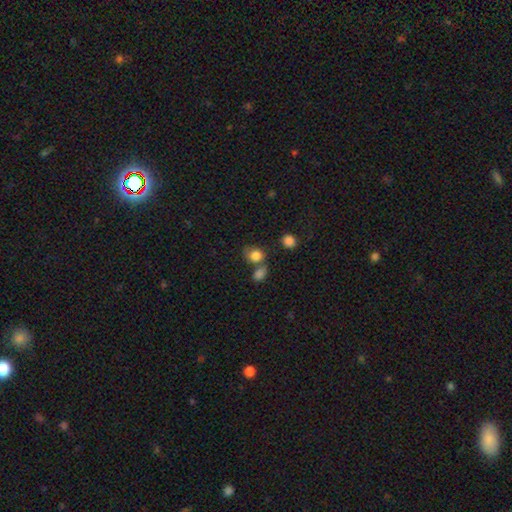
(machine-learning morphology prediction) Smooth or featured? smooth (82%)
How rounded? round (62%)
Merging? none (49%)